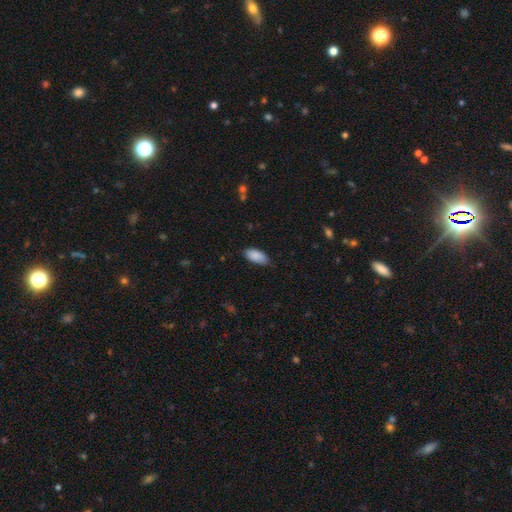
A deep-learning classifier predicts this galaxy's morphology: Smooth or featured?
  - smooth: 89% *
  - star or artifact: 6%
  - featured or disk: 5%
How rounded?
  - in between: 92% *
  - cigar-shaped: 6%
  - round: 2%
Merging?
  - none: 77% *
  - minor disturbance: 19%
  - major disturbance: 3%
  - merger: 1%